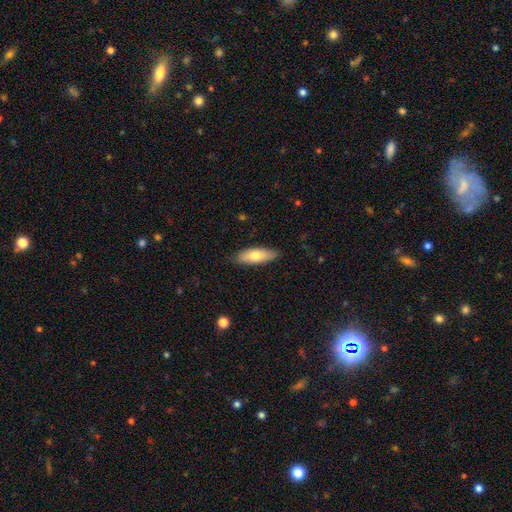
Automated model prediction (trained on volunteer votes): smooth-or-featured: smooth: 72% | featured or disk: 22% | star or artifact: 6%
  how-rounded: in between: 62% | cigar-shaped: 36% | round: 2%
  merging: none: 86% | minor disturbance: 11% | major disturbance: 2% | merger: 1%